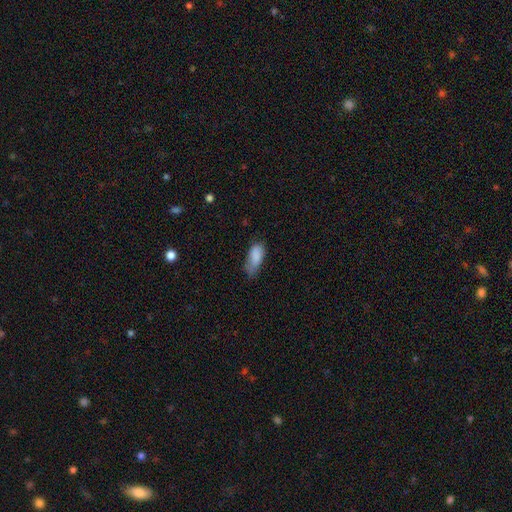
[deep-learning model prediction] This is clearly a smooth galaxy (85%). How rounded: clearly in between (87%). Merging: marginally minor disturbance (43%).